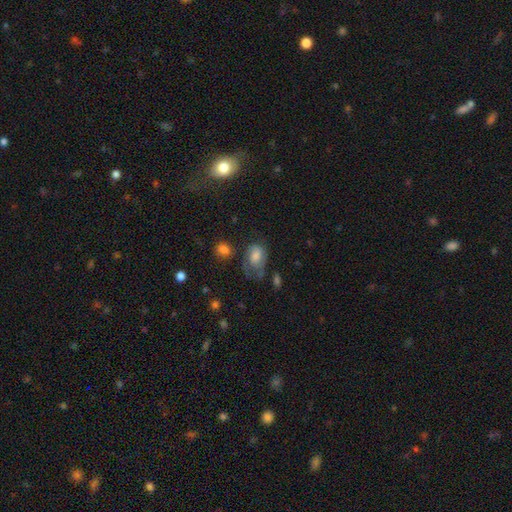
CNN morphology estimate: A smooth galaxy with no disk features (49%). Merging: none (43%).